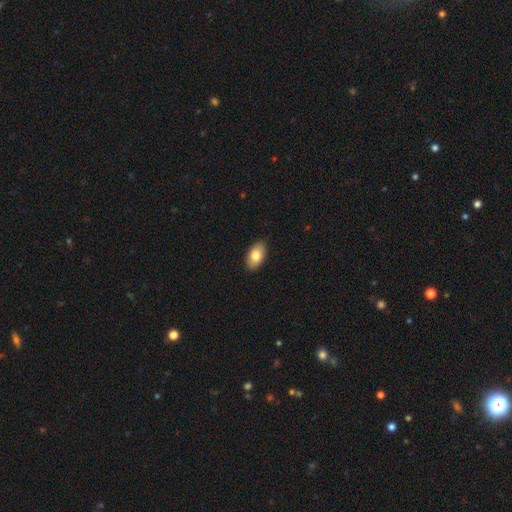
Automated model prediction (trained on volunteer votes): Smooth or featured? smooth (80%)
How rounded? in between (94%)
Merging? none (88%)